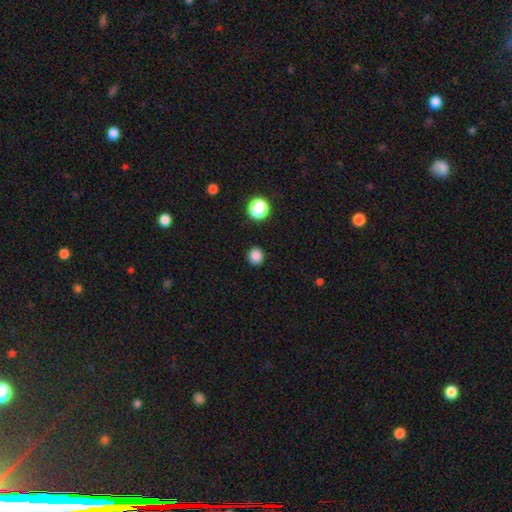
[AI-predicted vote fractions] This is clearly a smooth galaxy (85%). How rounded: clearly round (86%). Merging: clearly none (91%).